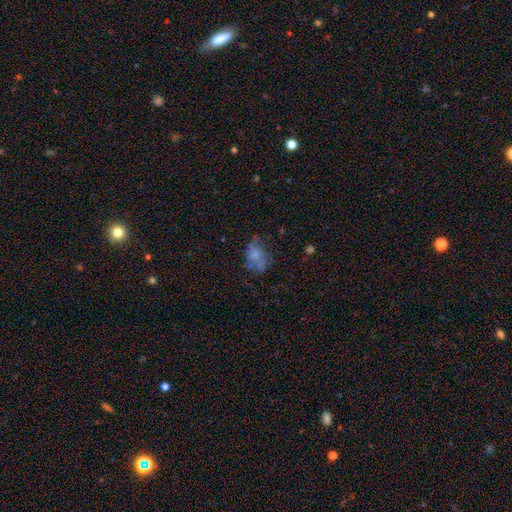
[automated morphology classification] smooth 51%, featured or disk 34%, star or artifact 15%. Down the decision tree: how rounded — in between (77%); merging — none (39%).